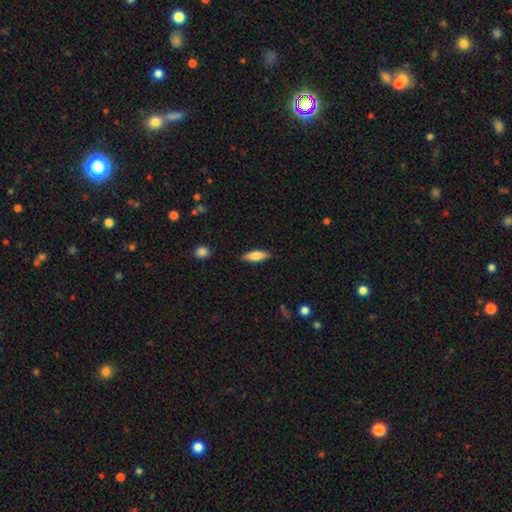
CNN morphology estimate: Smooth or featured? Predicted: smooth (p=0.77). How rounded? Predicted: in between (p=0.62). Merging? Predicted: none (p=0.84).